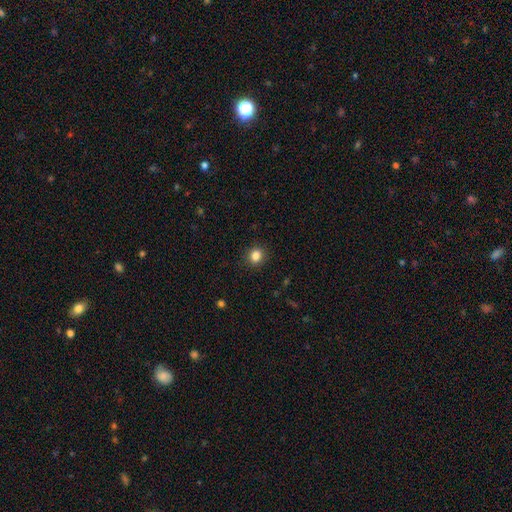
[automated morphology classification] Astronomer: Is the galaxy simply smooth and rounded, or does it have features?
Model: smooth — 84%.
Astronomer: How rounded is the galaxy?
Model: round — 70%.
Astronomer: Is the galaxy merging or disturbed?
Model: none — 90%.